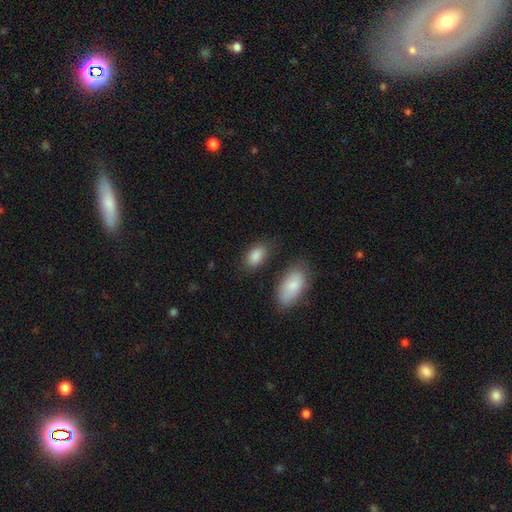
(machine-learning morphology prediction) The model was most divided on "merging": none: 75%, minor disturbance: 14%, merger: 7%, major disturbance: 4%. More confident: how rounded — in between (93%); smooth or featured — smooth (88%).